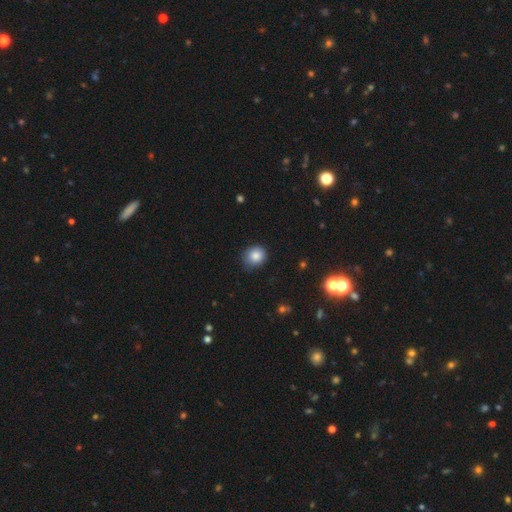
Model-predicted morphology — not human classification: A smooth galaxy with no disk features (85%) that is round (75%).

Vote fractions:
- Smooth or featured? smooth: 85% / star or artifact: 10% / featured or disk: 6%
- How rounded? round: 75% / in between: 24% / cigar-shaped: 1%
- Merging? none: 75% / minor disturbance: 21% / major disturbance: 3% / merger: 1%